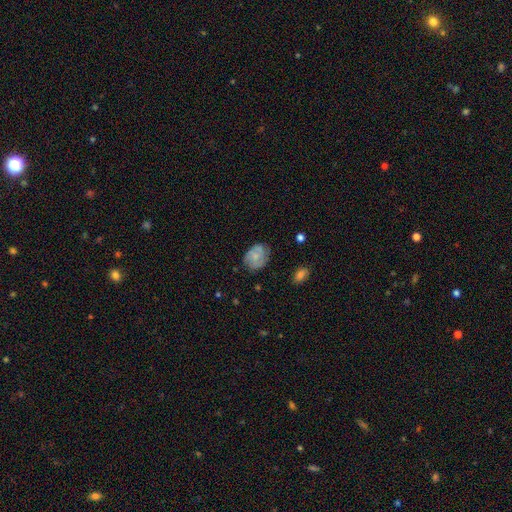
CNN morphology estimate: The model was most divided on "smooth or featured": smooth: 49%, featured or disk: 44%, star or artifact: 8%. More confident: merging — none (69%).